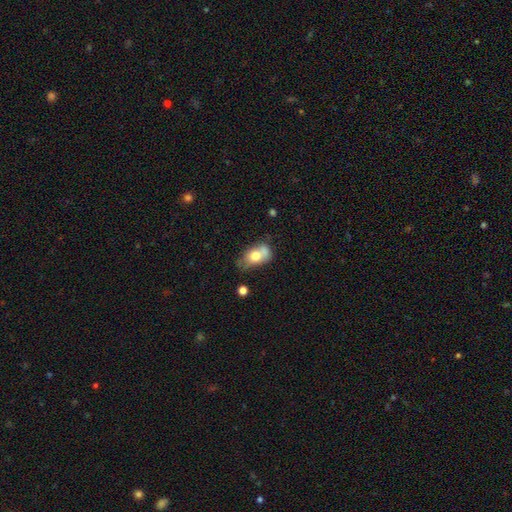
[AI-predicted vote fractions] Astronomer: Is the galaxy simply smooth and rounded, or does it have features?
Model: smooth — 69%.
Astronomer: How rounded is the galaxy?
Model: in between — 77%.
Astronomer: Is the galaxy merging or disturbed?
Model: merger — 33% (runner-up: none, 29%).